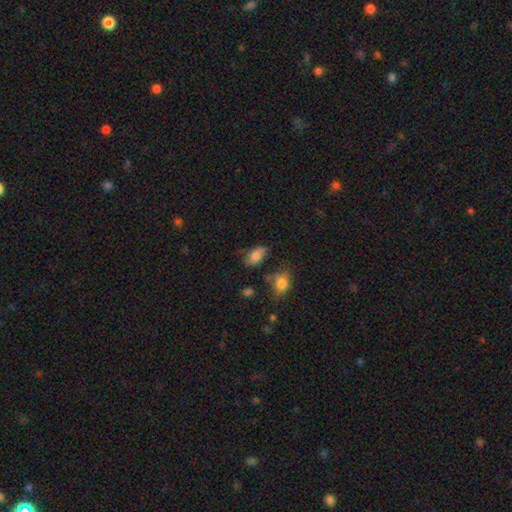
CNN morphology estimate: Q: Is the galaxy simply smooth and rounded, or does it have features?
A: smooth — 79%.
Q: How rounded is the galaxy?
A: in between — 90%.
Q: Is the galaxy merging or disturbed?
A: none — 55%.